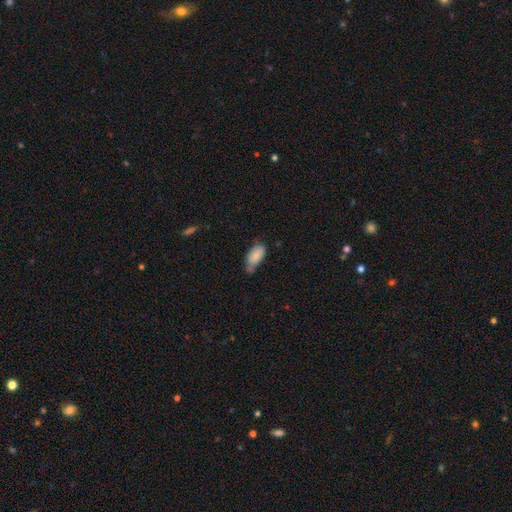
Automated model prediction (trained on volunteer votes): smooth_or_featured: smooth (p=0.79) [alt: featured or disk p=0.13]
how_rounded: in between (p=0.92) [alt: cigar-shaped p=0.05]
merging: none (p=0.42) [alt: minor disturbance p=0.37]